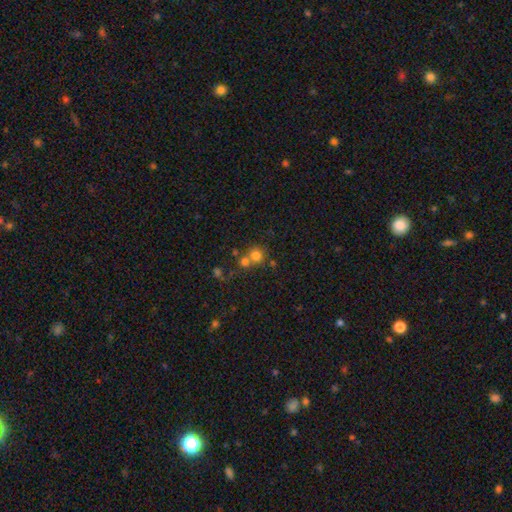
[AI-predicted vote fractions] This appears to be a smooth galaxy with no disk features (74%) that is round (88%). Merging: none (48%).